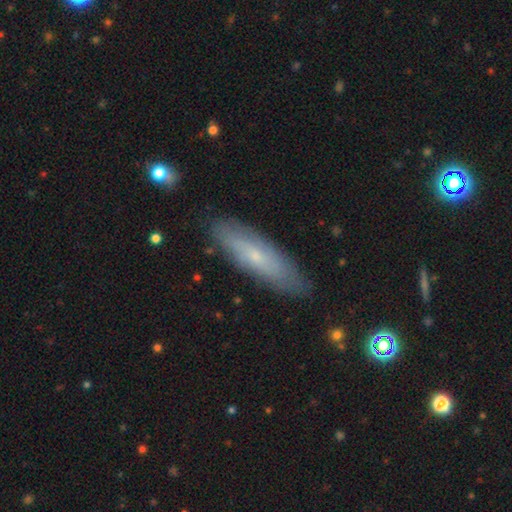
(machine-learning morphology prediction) Q: Smooth or featured?
A: smooth (48%); runner-up: featured or disk (44%)
Q: Merging?
A: none (84%); runner-up: minor disturbance (12%)